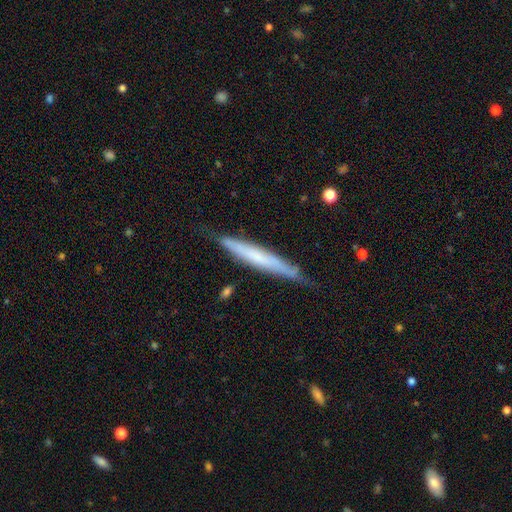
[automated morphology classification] smooth-or-featured: smooth: 49% | featured or disk: 45% | star or artifact: 6%
  merging: none: 72% | minor disturbance: 23% | major disturbance: 4% | merger: 2%